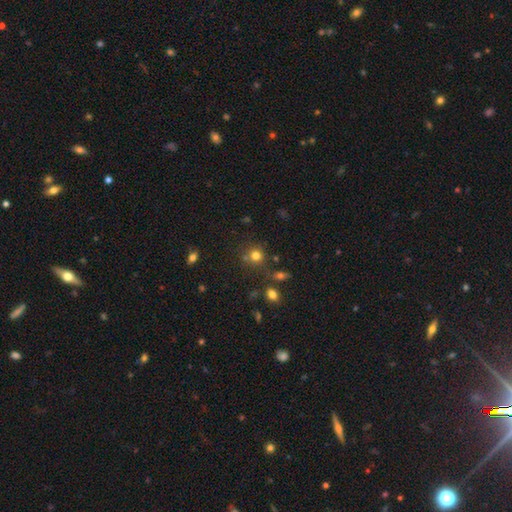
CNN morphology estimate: A smooth galaxy with no disk features (76%) that is round (88%).

Vote fractions:
- Smooth or featured? smooth: 76% / star or artifact: 16% / featured or disk: 8%
- How rounded? round: 88% / in between: 11% / cigar-shaped: 1%
- Merging? none: 69% / merger: 15% / minor disturbance: 11% / major disturbance: 5%